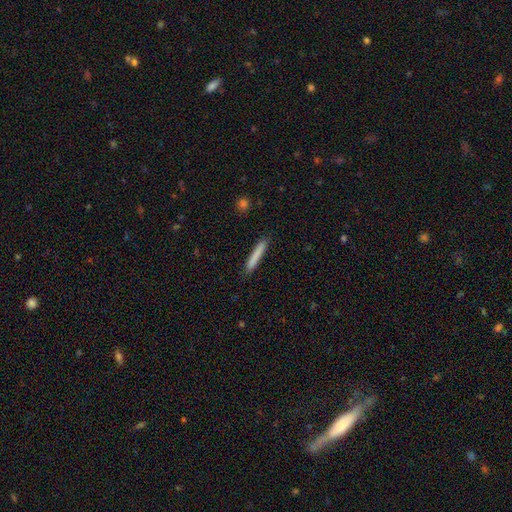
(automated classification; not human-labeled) smooth-or-featured: smooth: 81% | featured or disk: 12% | star or artifact: 6%
  how-rounded: cigar-shaped: 95% | in between: 3% | round: 1%
  merging: none: 89% | minor disturbance: 8% | major disturbance: 2% | merger: 1%